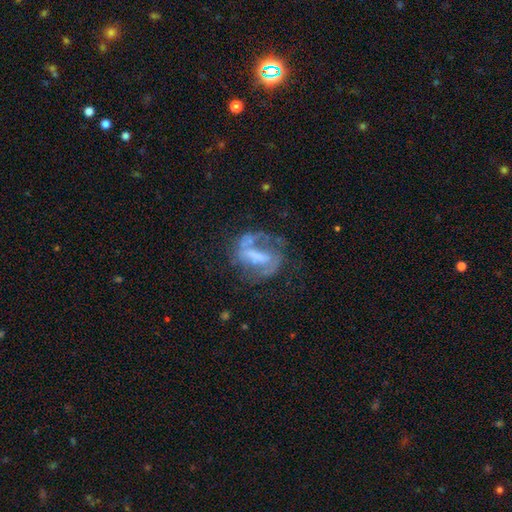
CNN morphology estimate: Smooth or featured? featured or disk (72%)
Edge-on disk? no (96%)
Bar? strong (42%)
Spiral arms? yes (64%)
Bulge size? none (42%)
Merging? none (45%)